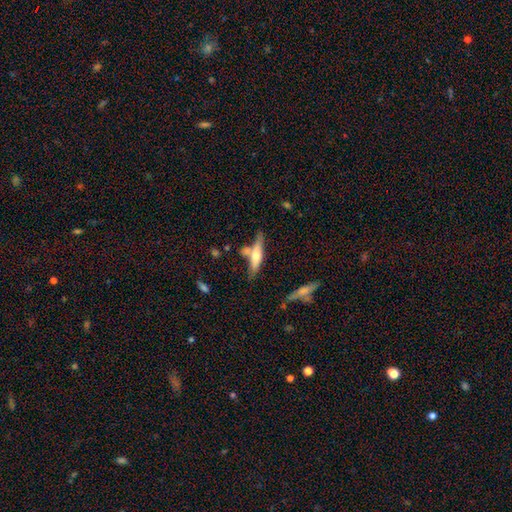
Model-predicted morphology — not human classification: type=featured or disk (49%); merging=none (53%).